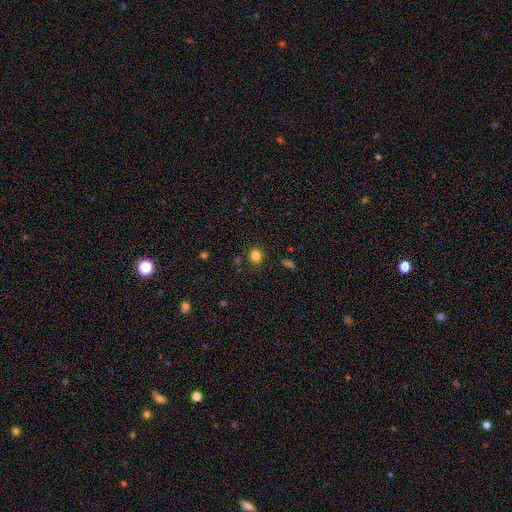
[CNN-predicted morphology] Smooth or featured: smooth — 82% (star or artifact — 13%)
How rounded: round — 68% (in between — 31%)
Merging: none — 86% (minor disturbance — 9%)